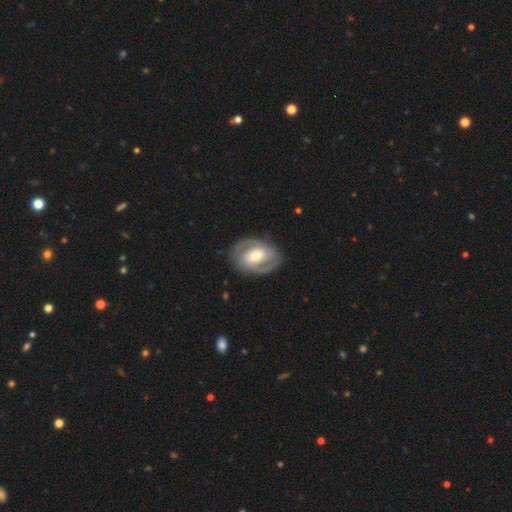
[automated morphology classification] Smooth or featured? Predicted: featured or disk (p=0.82). Edge-on disk? Predicted: no (p=0.97). Bar? Predicted: weak (p=0.41). Spiral arms? Predicted: yes (p=0.91). Spiral winding? Predicted: medium (p=0.46). Spiral arm count? Predicted: 2 (p=0.89). Bulge size? Predicted: moderate (p=0.59). Merging? Predicted: none (p=0.84).